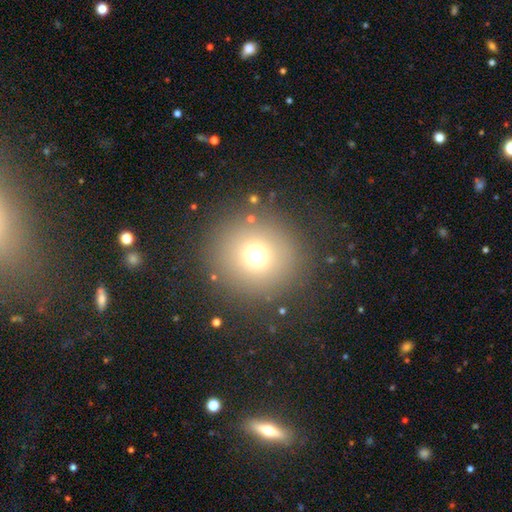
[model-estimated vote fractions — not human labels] smooth 69%, star or artifact 22%, featured or disk 10%. Down the decision tree: how rounded — round (93%); merging — none (86%).